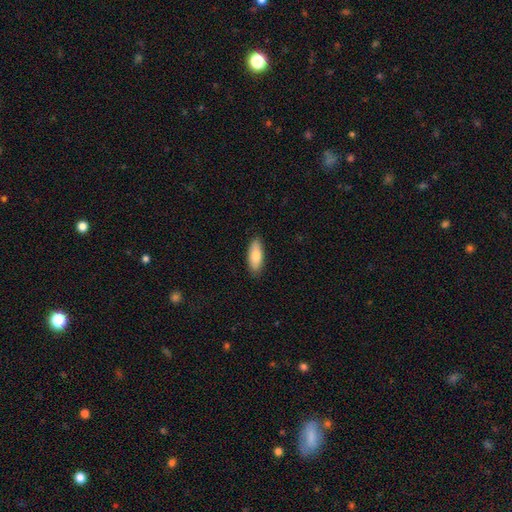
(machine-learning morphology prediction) type=smooth (84%); roundness=in between (73%); merging=none (88%).